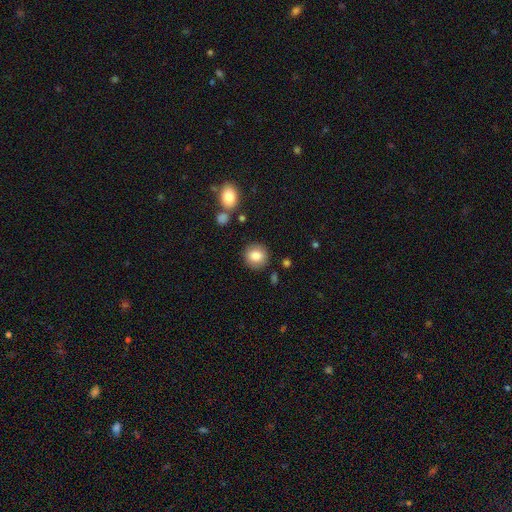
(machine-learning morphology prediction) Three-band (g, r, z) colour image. It shows a smooth galaxy with no disk features (84%) that is round (88%). Merging: none (87%).